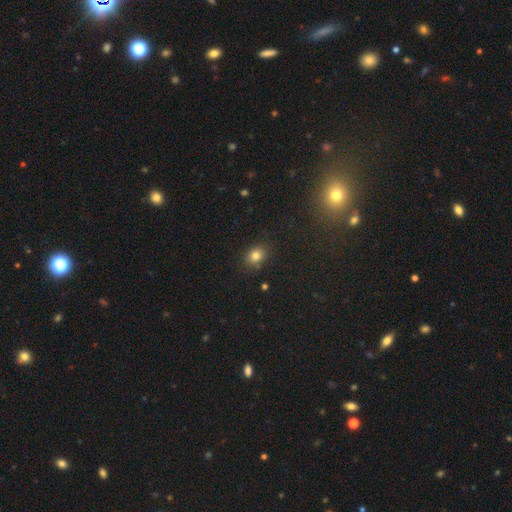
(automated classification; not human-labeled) This appears to be a smooth galaxy with no disk features (80%) that is in between round and cigar-shaped (53%). Merging: none (85%).